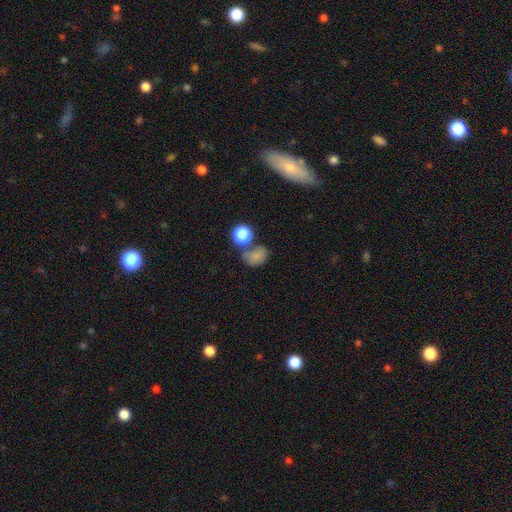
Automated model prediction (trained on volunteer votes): This is likely a smooth galaxy (73%). How rounded: possibly in between (55%). Merging: possibly none (47%).